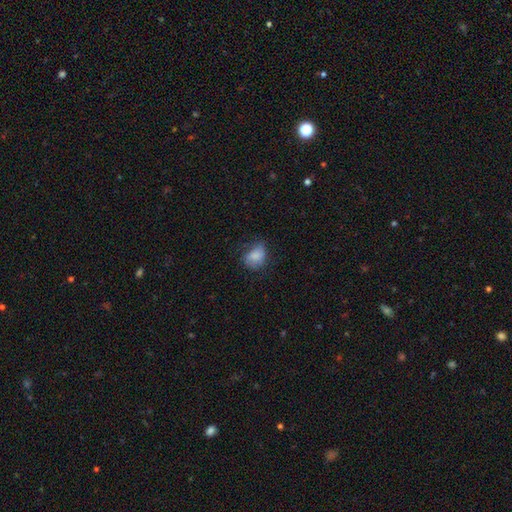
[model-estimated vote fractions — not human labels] Overall: smooth (79%). How rounded: in between (62%; round 37%). Merging: none (48%; minor disturbance 32%).